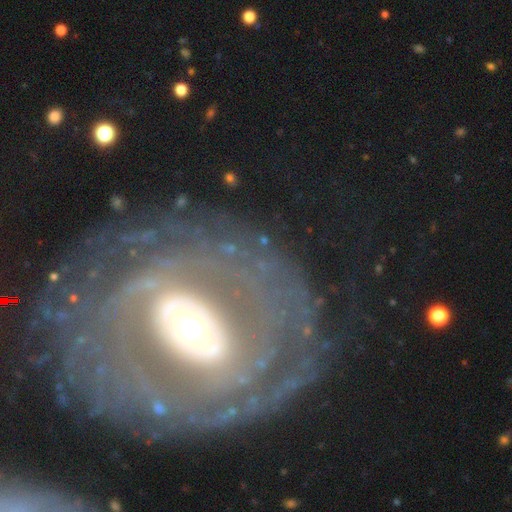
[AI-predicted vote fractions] Smooth or featured: featured or disk — 80% (smooth — 12%)
Edge-on disk: no — 95% (yes — 5%)
Bar: no — 60% (weak — 23%)
Spiral arms: yes — 66% (no — 34%)
Spiral winding: tight — 70% (medium — 20%)
Spiral arm count: can't tell — 43% (2 — 20%)
Bulge size: moderate — 58% (large — 20%)
Merging: none — 75% (minor disturbance — 12%)